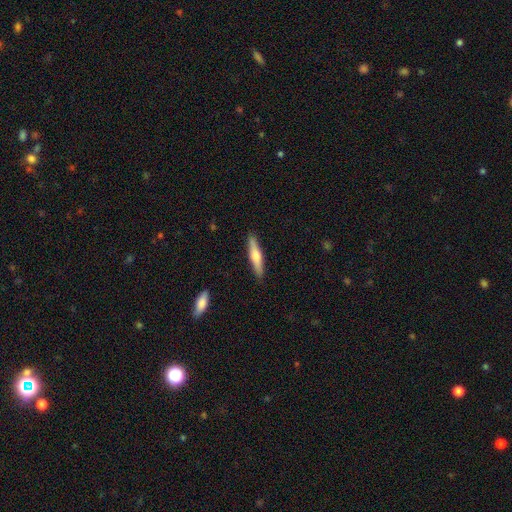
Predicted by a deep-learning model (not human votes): Smooth or featured? Predicted: smooth (p=0.51). How rounded? Predicted: cigar-shaped (p=0.86). Merging? Predicted: none (p=0.90).